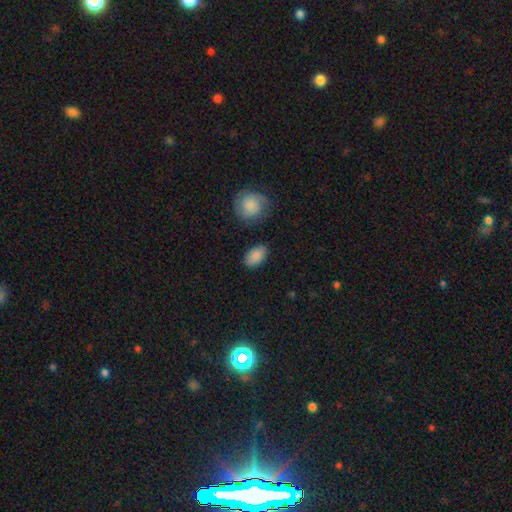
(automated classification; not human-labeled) A smooth galaxy with no disk features (87%) that is in between round and cigar-shaped (90%). Merging: none (81%).